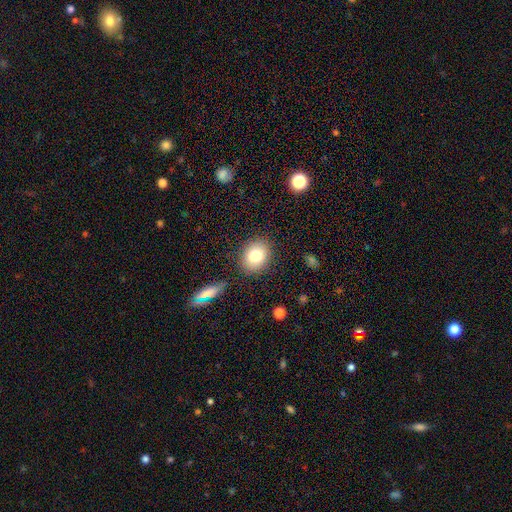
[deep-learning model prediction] Overall: smooth (79%). How rounded: in between (50%; round 48%). Merging: none (84%).